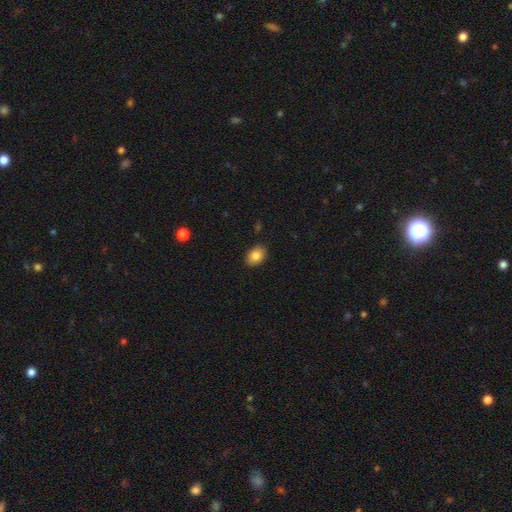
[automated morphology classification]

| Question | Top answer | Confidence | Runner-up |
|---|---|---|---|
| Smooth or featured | smooth | 85% | star or artifact (8%) |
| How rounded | in between | 76% | round (23%) |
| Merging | none | 88% | minor disturbance (9%) |